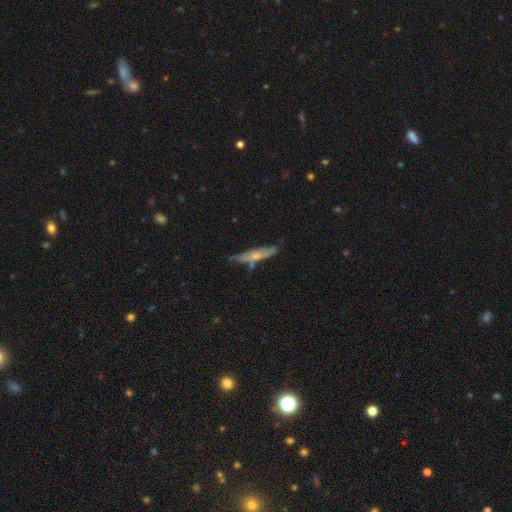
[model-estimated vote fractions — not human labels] A smooth galaxy with no disk features (51%) that is cigar-shaped (82%).

Vote fractions:
- Smooth or featured? smooth: 51% / featured or disk: 43% / star or artifact: 6%
- How rounded? cigar-shaped: 82% / in between: 16% / round: 2%
- Merging? none: 60% / minor disturbance: 24% / merger: 9% / major disturbance: 6%